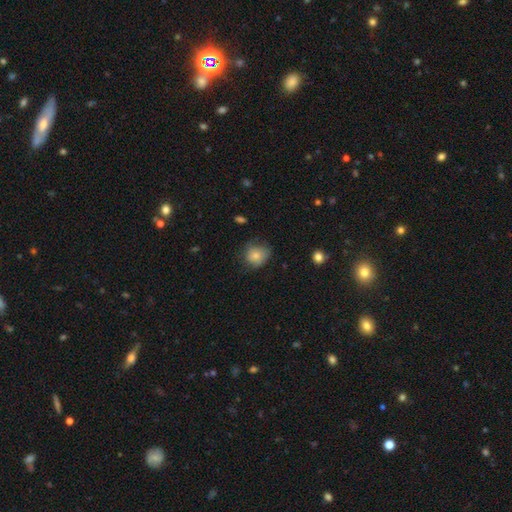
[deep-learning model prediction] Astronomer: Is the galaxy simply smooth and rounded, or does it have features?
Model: smooth — 79%.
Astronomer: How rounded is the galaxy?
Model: round — 72%.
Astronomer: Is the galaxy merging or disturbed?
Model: none — 57%.